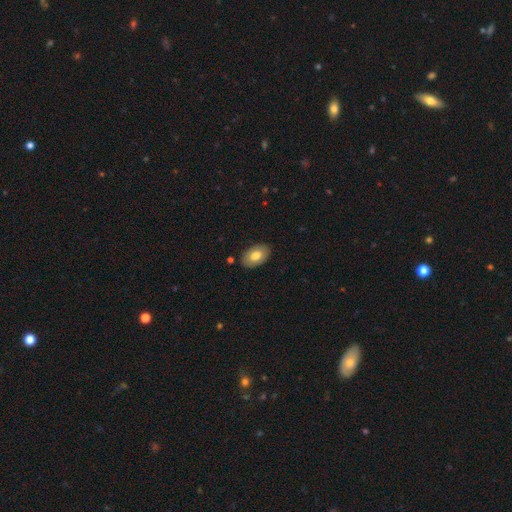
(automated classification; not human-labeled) smooth-or-featured: smooth: 74% | featured or disk: 20% | star or artifact: 6%
  how-rounded: in between: 92% | round: 7% | cigar-shaped: 1%
  merging: none: 87% | minor disturbance: 9% | major disturbance: 2% | merger: 1%